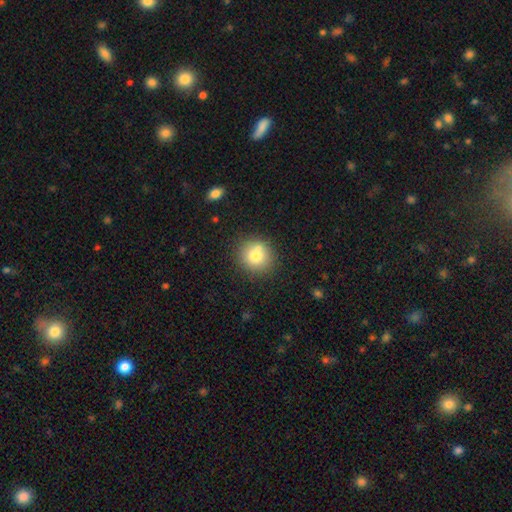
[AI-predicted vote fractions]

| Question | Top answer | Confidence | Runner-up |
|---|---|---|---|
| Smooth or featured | smooth | 75% | featured or disk (14%) |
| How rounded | round | 89% | in between (10%) |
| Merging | none | 74% | merger (12%) |